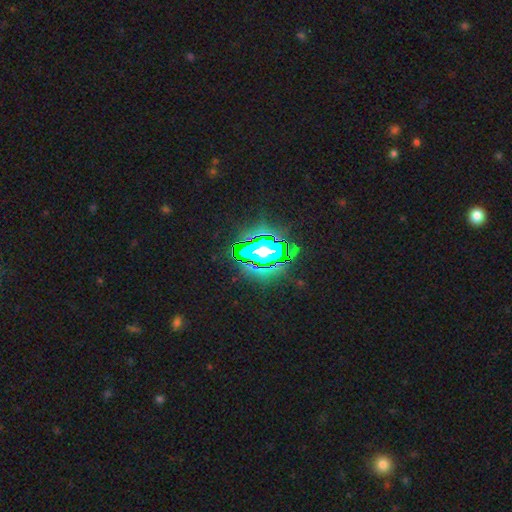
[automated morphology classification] Q: Smooth or featured?
A: star or artifact (64%); runner-up: featured or disk (18%)